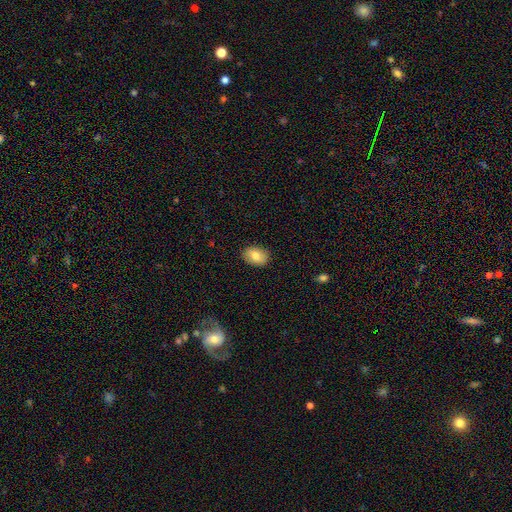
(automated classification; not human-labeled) Smooth or featured?
  - smooth: 79% *
  - featured or disk: 13%
  - star or artifact: 8%
How rounded?
  - in between: 75% *
  - round: 24%
  - cigar-shaped: 1%
Merging?
  - none: 88% *
  - minor disturbance: 9%
  - major disturbance: 2%
  - merger: 1%